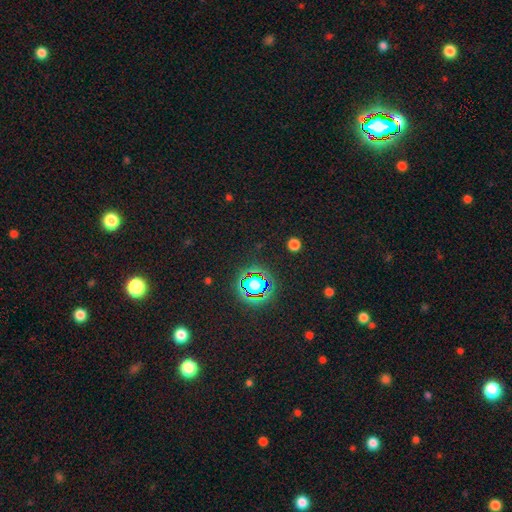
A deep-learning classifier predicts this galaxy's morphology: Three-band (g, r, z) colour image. It shows a star or artifact, not a galaxy (80%).